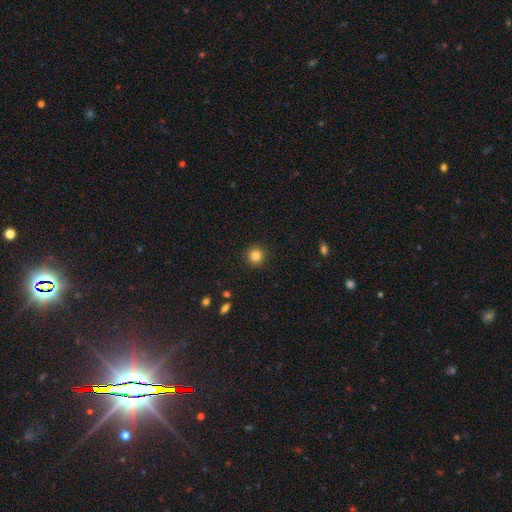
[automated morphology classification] This is clearly a smooth galaxy (84%). How rounded: clearly round (94%). Merging: clearly none (92%).